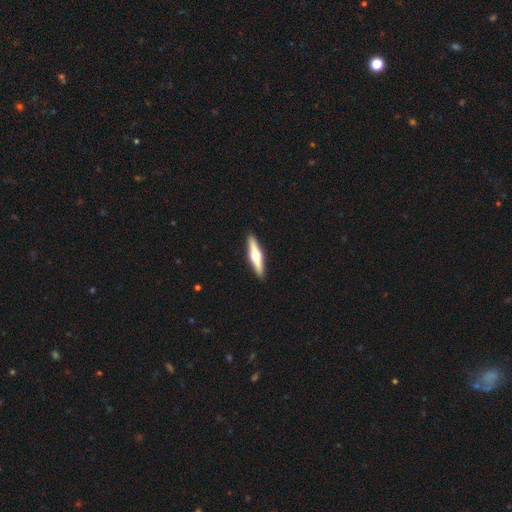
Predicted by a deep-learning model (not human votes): Smooth or featured? Predicted: featured or disk (p=0.64). Edge-on disk? Predicted: yes (p=0.97). Edge-on bulge? Predicted: rounded (p=0.96). Merging? Predicted: none (p=0.92).